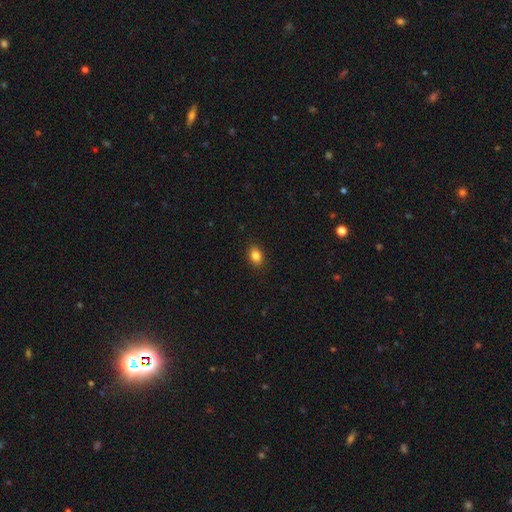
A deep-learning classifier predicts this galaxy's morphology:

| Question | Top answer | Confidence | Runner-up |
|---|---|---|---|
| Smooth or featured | smooth | 85% | star or artifact (10%) |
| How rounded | in between | 75% | round (23%) |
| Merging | none | 89% | minor disturbance (8%) |